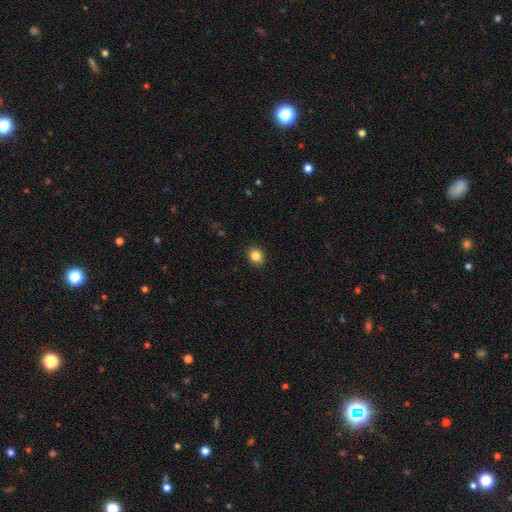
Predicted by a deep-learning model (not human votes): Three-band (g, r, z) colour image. It shows a smooth galaxy with no disk features (86%) that is round (67%). Merging: none (91%).